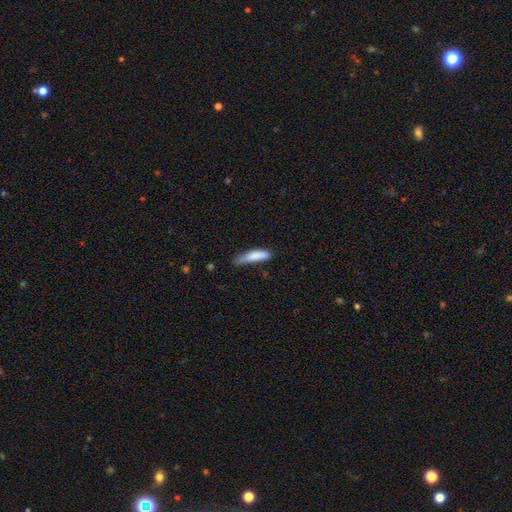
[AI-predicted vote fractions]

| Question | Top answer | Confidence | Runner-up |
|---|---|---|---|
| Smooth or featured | smooth | 81% | featured or disk (13%) |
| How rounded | cigar-shaped | 77% | in between (21%) |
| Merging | none | 50% | minor disturbance (37%) |